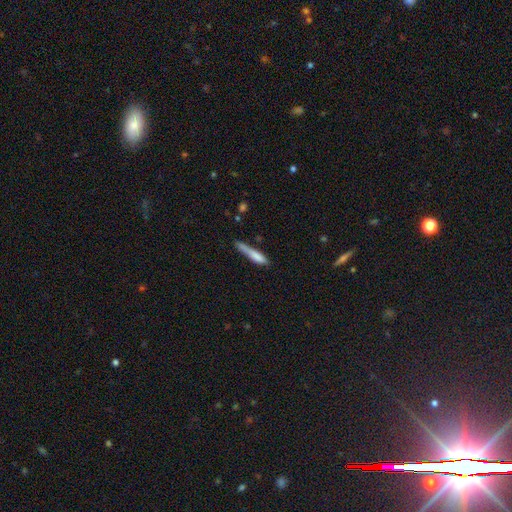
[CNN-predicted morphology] Overall: smooth (76%). How rounded: cigar-shaped (87%). Merging: none (46%; minor disturbance 32%).